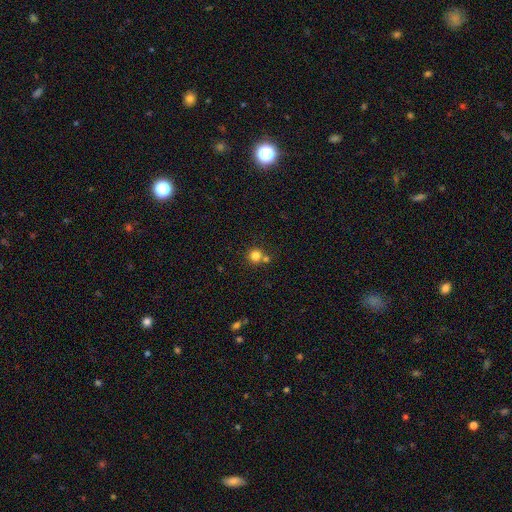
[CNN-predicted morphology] This is clearly a smooth galaxy (81%). How rounded: clearly round (93%). Merging: likely none (66%).